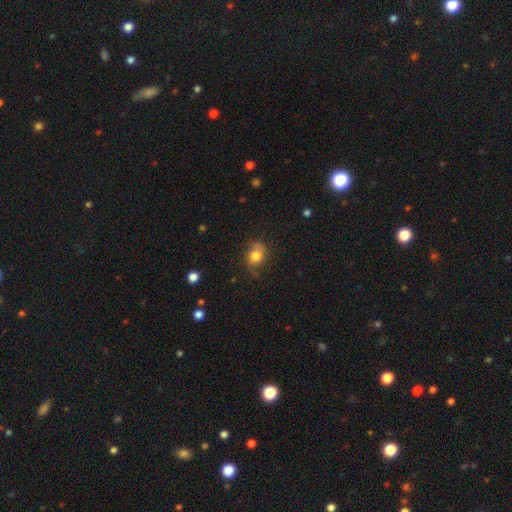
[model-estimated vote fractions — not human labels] Smooth or featured?
  - smooth: 74% *
  - featured or disk: 15%
  - star or artifact: 11%
How rounded?
  - round: 51% *
  - in between: 47%
  - cigar-shaped: 1%
Merging?
  - none: 60% *
  - minor disturbance: 27%
  - major disturbance: 9%
  - merger: 4%